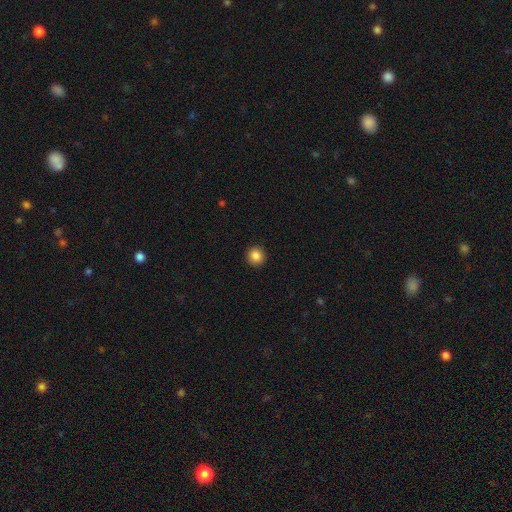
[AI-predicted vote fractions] A smooth galaxy with no disk features (86%) that is round (93%).

Vote fractions:
- Smooth or featured? smooth: 86% / star or artifact: 10% / featured or disk: 4%
- How rounded? round: 93% / in between: 6% / cigar-shaped: 1%
- Merging? none: 93% / minor disturbance: 5% / major disturbance: 2% / merger: 1%